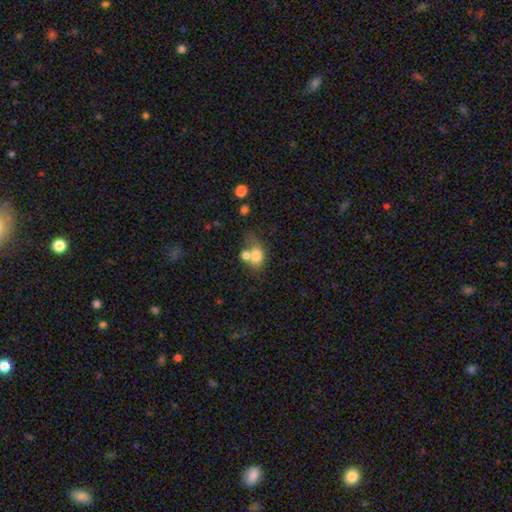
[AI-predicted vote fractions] Morphology: type=smooth (74%); roundness=in between (63%); merging=merger (46%).